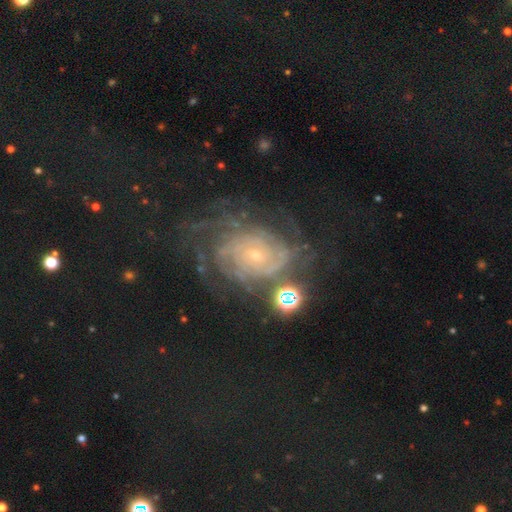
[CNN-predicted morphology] featured or disk 82%, star or artifact 11%, smooth 7%. Down the decision tree: edge-on disk — no (97%); bar — no (75%); spiral arms — yes (95%); spiral arm count — can't tell (37%); spiral winding — tight (73%); bulge size — small (80%); merging — none (63%).